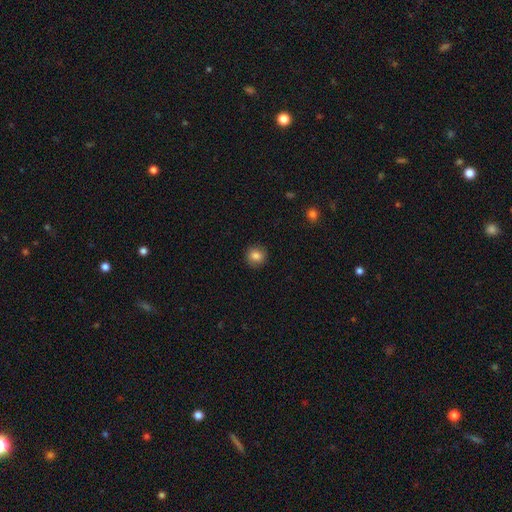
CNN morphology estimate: The model was most divided on "smooth or featured": smooth: 84%, star or artifact: 10%, featured or disk: 6%. More confident: how rounded — round (90%); merging — none (90%).